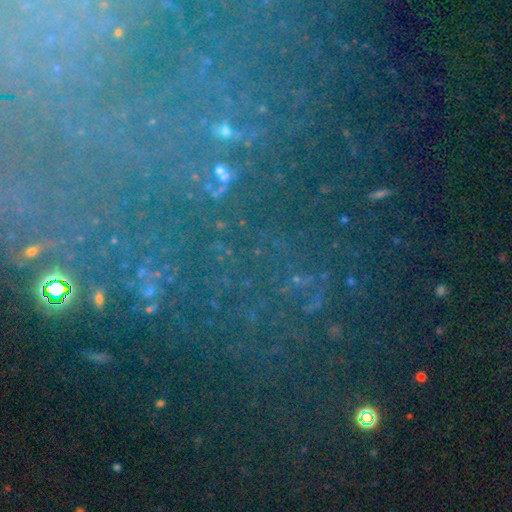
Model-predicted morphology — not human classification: Smooth or featured? Predicted: star or artifact (p=0.69).